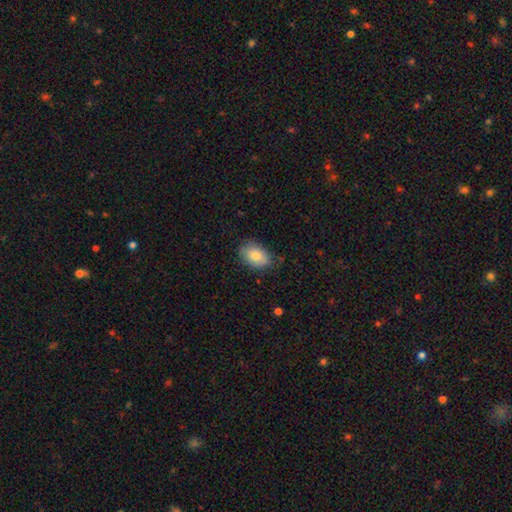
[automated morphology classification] Smooth or featured?
  - smooth: 81% *
  - featured or disk: 11%
  - star or artifact: 7%
How rounded?
  - in between: 84% *
  - round: 15%
  - cigar-shaped: 1%
Merging?
  - none: 75% *
  - minor disturbance: 20%
  - major disturbance: 4%
  - merger: 1%